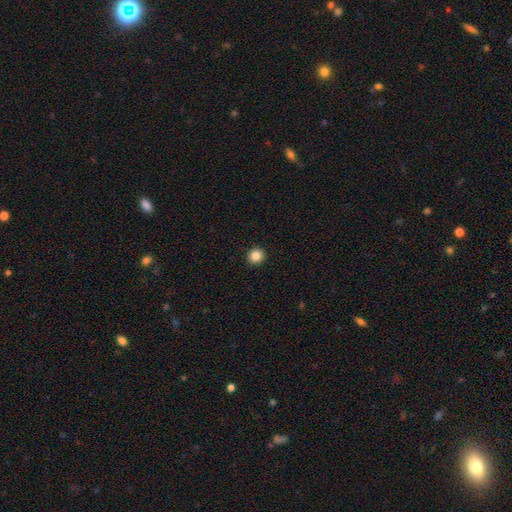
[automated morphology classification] Smooth or featured? Predicted: smooth (p=0.85). How rounded? Predicted: round (p=0.93). Merging? Predicted: none (p=0.94).